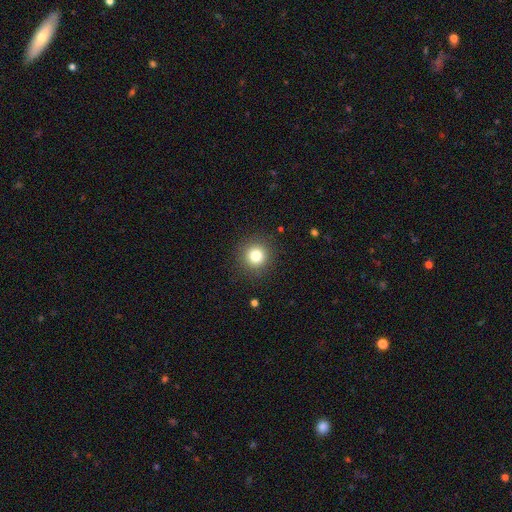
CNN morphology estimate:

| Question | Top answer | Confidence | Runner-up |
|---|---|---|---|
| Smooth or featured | smooth | 81% | star or artifact (12%) |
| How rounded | round | 94% | in between (5%) |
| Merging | none | 90% | minor disturbance (6%) |